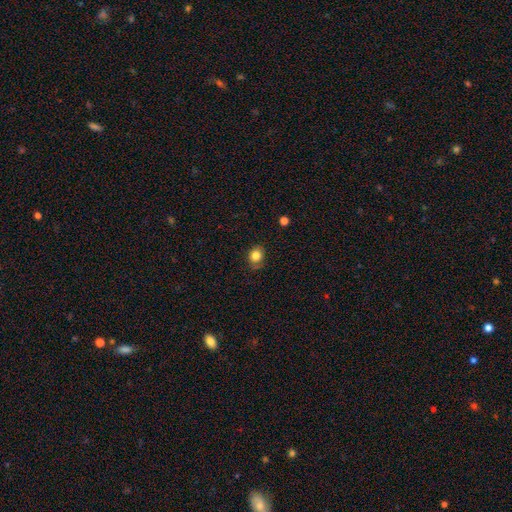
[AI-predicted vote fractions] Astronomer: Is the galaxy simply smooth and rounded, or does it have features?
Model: smooth — 83%.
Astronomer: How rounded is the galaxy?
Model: round — 59% (runner-up: in between, 40%).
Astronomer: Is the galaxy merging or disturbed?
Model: none — 76%.